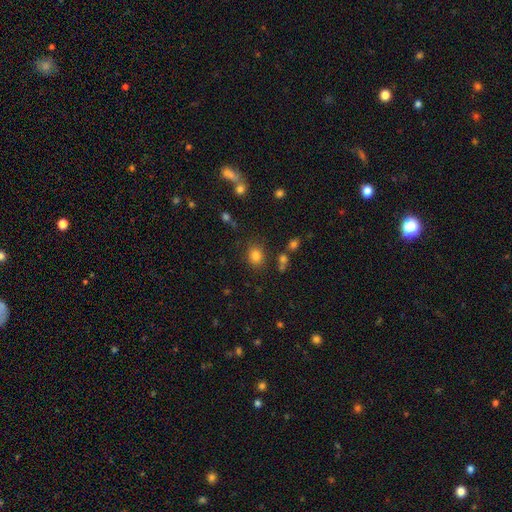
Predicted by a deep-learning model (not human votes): The model was most divided on "how rounded": round: 65%, in between: 34%, cigar-shaped: 1%. More confident: smooth or featured — smooth (80%); merging — none (80%).